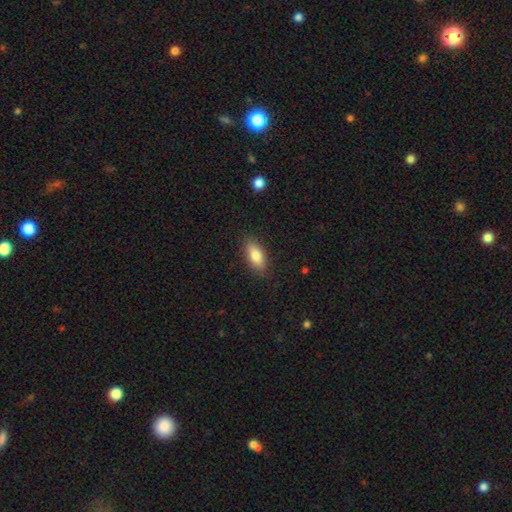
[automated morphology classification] smooth-or-featured: smooth: 81% | featured or disk: 12% | star or artifact: 7%
  how-rounded: in between: 82% | cigar-shaped: 15% | round: 3%
  merging: none: 86% | minor disturbance: 11% | major disturbance: 2% | merger: 1%